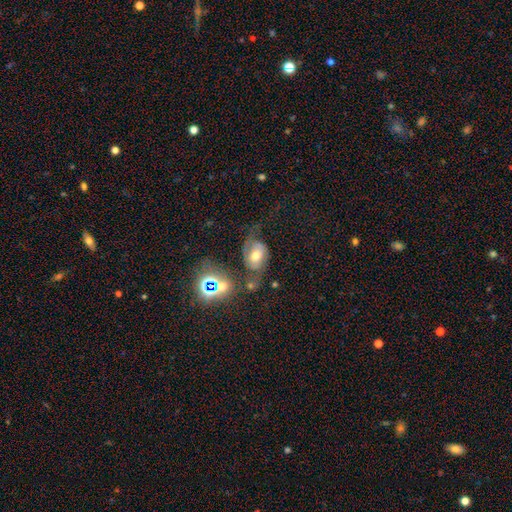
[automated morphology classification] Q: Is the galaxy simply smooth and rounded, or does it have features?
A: featured or disk — 56%.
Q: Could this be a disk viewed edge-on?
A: no — 96%.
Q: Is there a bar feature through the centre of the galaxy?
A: no — 55%.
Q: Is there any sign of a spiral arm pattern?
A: yes — 82%.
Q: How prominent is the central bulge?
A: moderate — 68%.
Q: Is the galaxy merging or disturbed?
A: none — 44%.